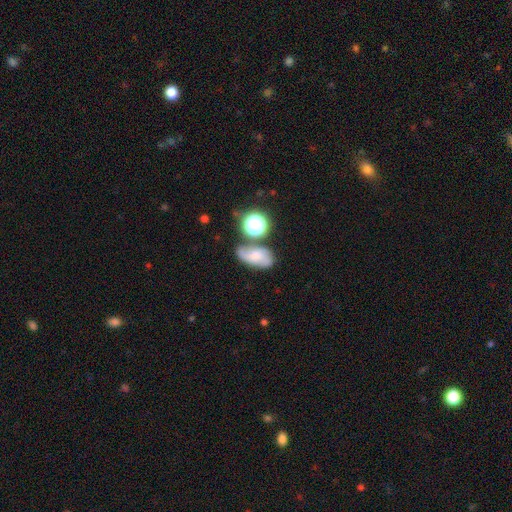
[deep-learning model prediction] This appears to be a smooth galaxy with no disk features (45%). Merging: none (48%).